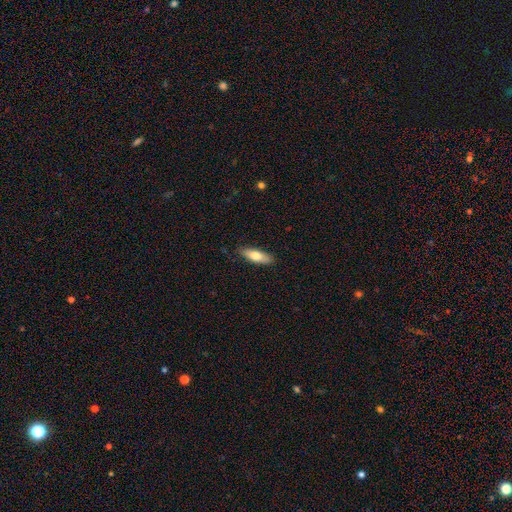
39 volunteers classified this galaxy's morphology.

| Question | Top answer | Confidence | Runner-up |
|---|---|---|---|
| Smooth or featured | smooth | 77% | featured or disk (18%) |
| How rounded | in between | 57% | cigar-shaped (43%) |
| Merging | none | 95% | minor disturbance (5%) |